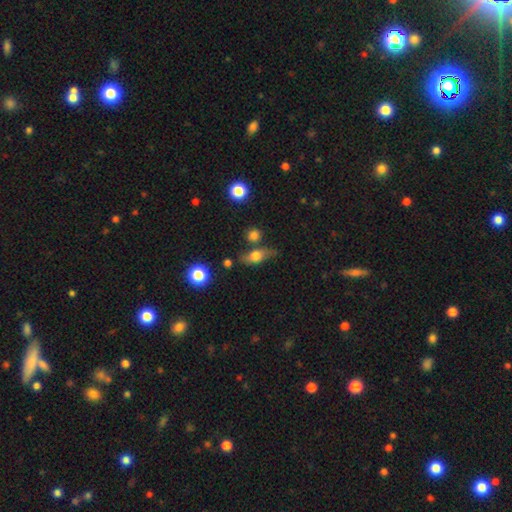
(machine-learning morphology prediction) Overall: smooth (61%; featured or disk 29%). How rounded: in between (64%). Merging: none (62%).